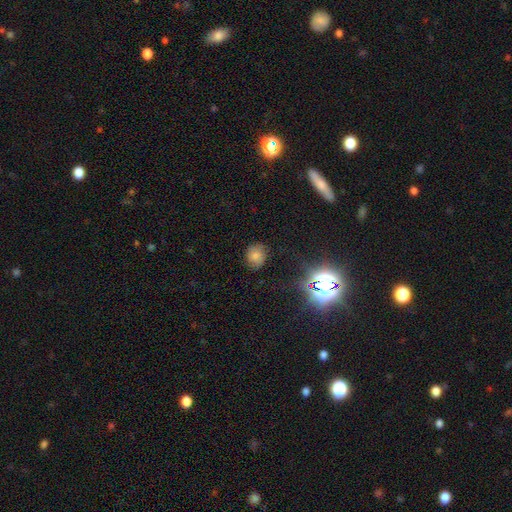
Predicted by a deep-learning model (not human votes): Overall: smooth (59%; featured or disk 22%). How rounded: round (65%; in between 34%). Merging: none (75%).